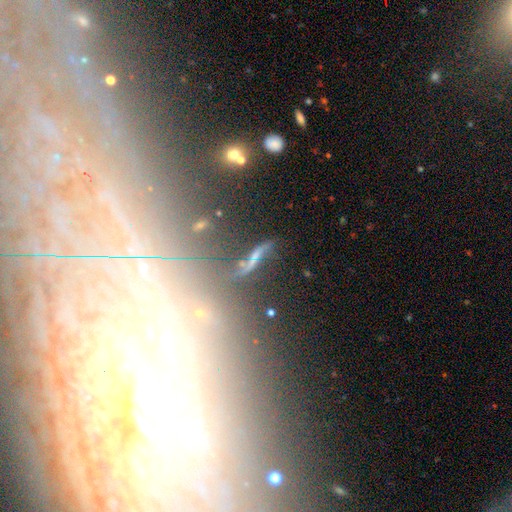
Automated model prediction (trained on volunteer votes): Overall: featured or disk (43%; smooth 35%). Merging: none (53%; minor disturbance 18%).